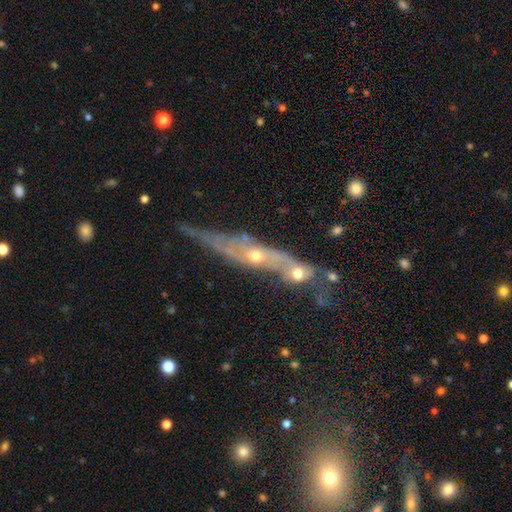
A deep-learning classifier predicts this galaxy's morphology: This is likely a featured or disk galaxy (66%). It is likely viewed edge-on (64%). Merging: possibly none (50%).